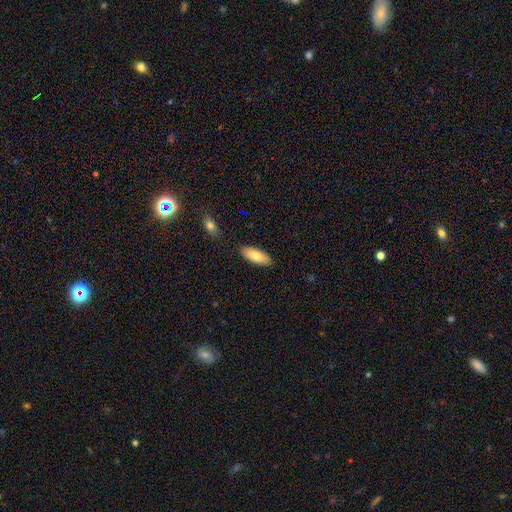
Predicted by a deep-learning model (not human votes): smooth_or_featured: smooth (p=0.79) [alt: featured or disk p=0.14]
how_rounded: in between (p=0.78) [alt: cigar-shaped p=0.20]
merging: none (p=0.87) [alt: minor disturbance p=0.09]